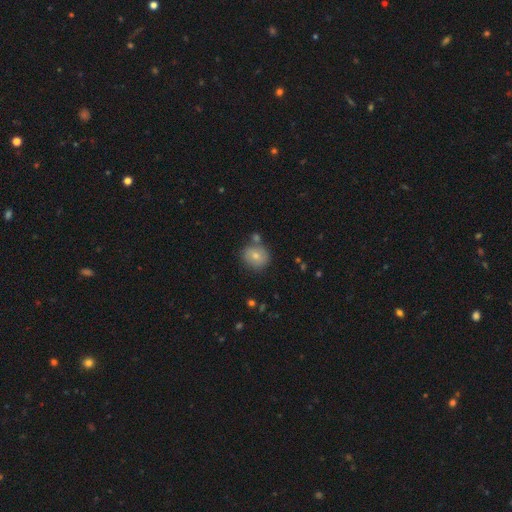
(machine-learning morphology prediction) A smooth galaxy with no disk features (75%) that is round (81%). Merging: none (70%).